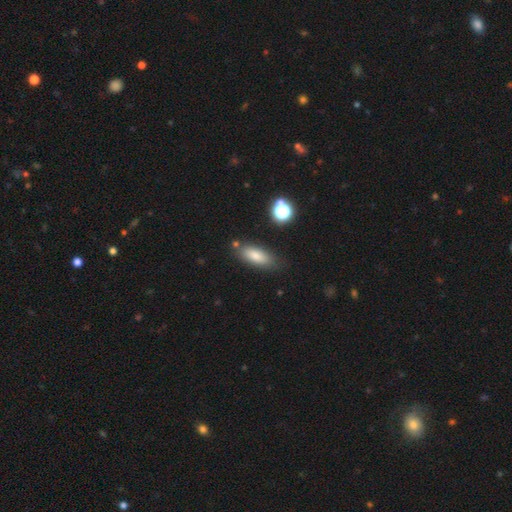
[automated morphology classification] Smooth or featured: smooth — 79% (featured or disk — 11%)
How rounded: in between — 75% (cigar-shaped — 21%)
Merging: none — 78% (minor disturbance — 13%)